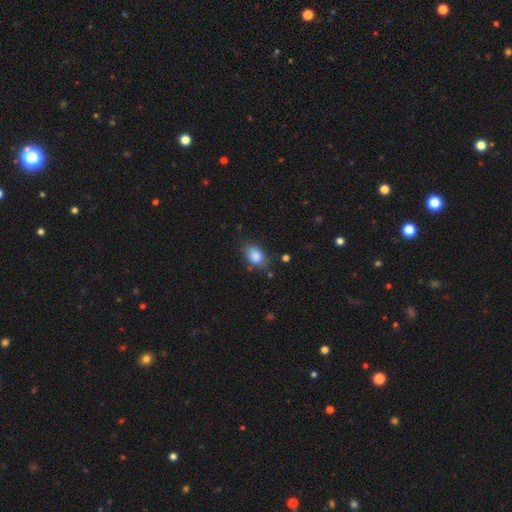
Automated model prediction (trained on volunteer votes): A smooth galaxy with no disk features (86%) that is in between round and cigar-shaped (84%). Merging: none (68%).